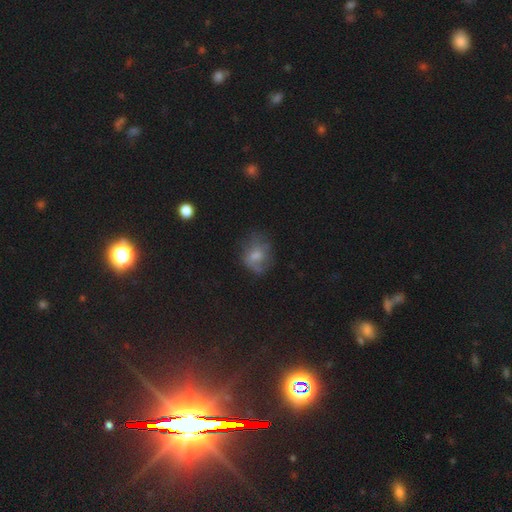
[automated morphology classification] A smooth galaxy with no disk features (53%) that is in between round and cigar-shaped (51%). Merging: none (46%).